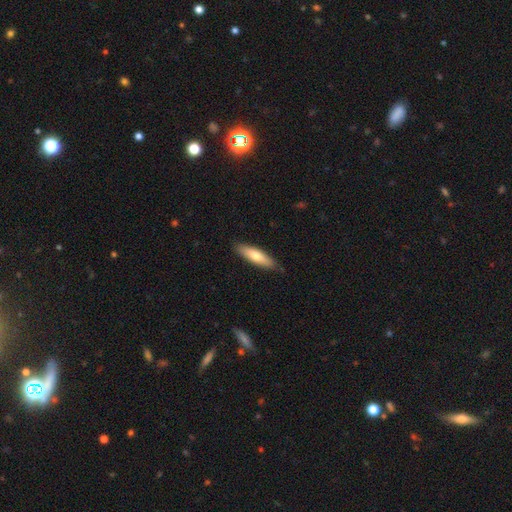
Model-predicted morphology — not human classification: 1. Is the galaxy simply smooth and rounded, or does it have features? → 68% smooth, 26% featured or disk, 6% star or artifact.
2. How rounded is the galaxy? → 64% cigar-shaped, 35% in between, 2% round.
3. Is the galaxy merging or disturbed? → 86% none, 11% minor disturbance, 2% major disturbance, 1% merger.